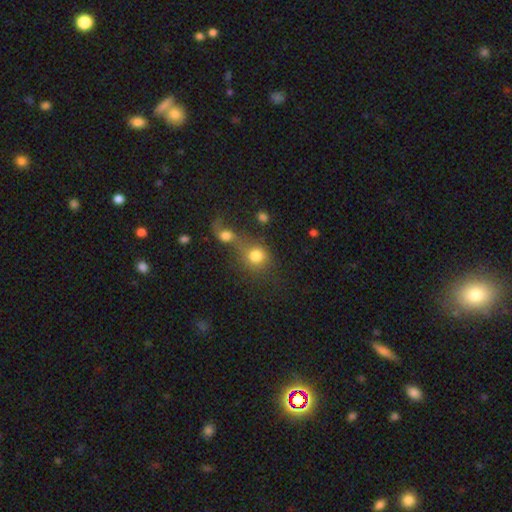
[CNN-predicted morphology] Overall: smooth (78%). How rounded: round (78%). Merging: merger (53%; none 30%).